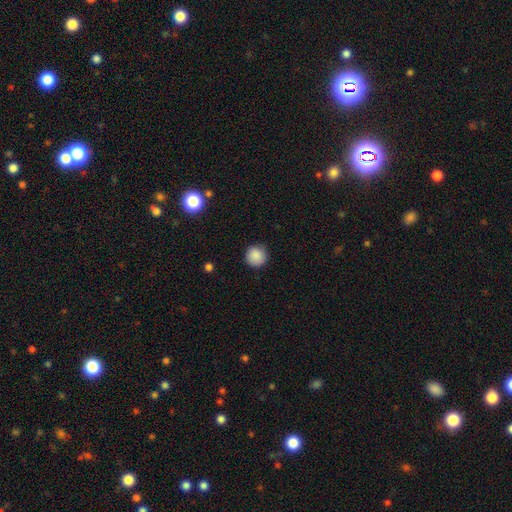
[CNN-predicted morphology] Smooth or featured? smooth (88%)
How rounded? round (94%)
Merging? none (87%)